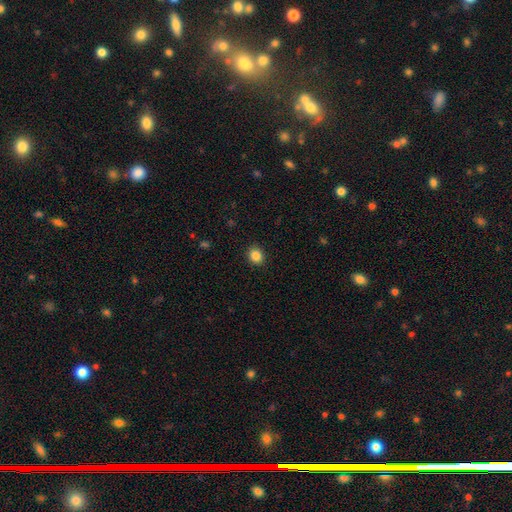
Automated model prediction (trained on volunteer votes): smooth_or_featured: smooth (p=0.86) [alt: star or artifact p=0.10]
how_rounded: round (p=0.73) [alt: in between p=0.27]
merging: none (p=0.91) [alt: minor disturbance p=0.06]